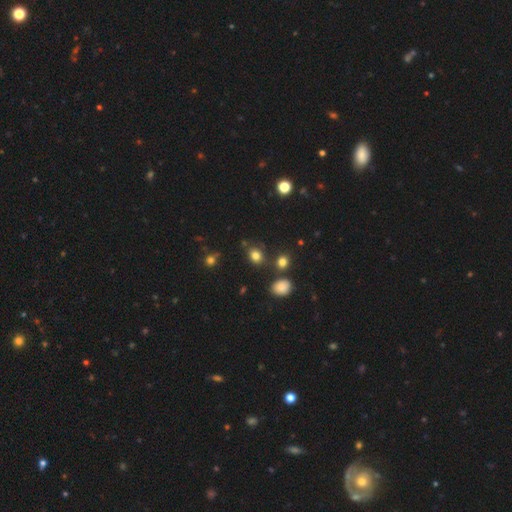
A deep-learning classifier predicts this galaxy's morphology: type=smooth (80%); roundness=round (58%); merging=none (77%).